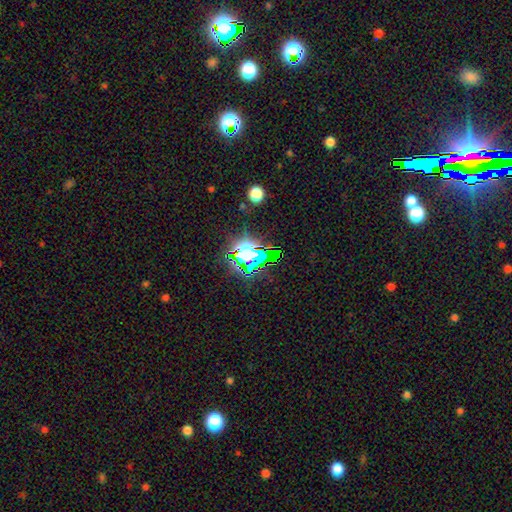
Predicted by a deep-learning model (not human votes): star or artifact 65%, smooth 23%, featured or disk 12%.